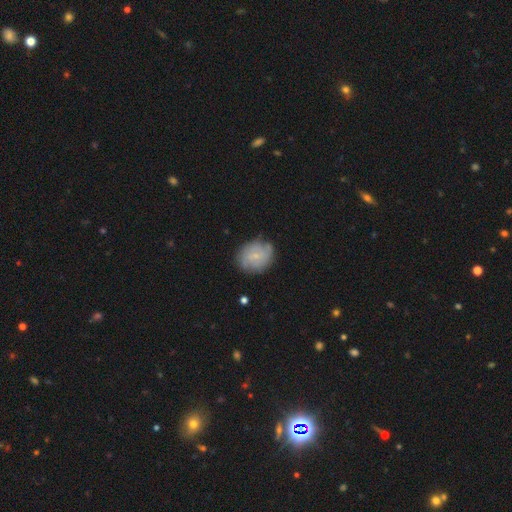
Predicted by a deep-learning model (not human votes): Smooth or featured?
  - smooth: 50% *
  - featured or disk: 42%
  - star or artifact: 8%
How rounded?
  - round: 66% *
  - in between: 32%
  - cigar-shaped: 1%
Merging?
  - none: 74% *
  - minor disturbance: 19%
  - major disturbance: 5%
  - merger: 2%